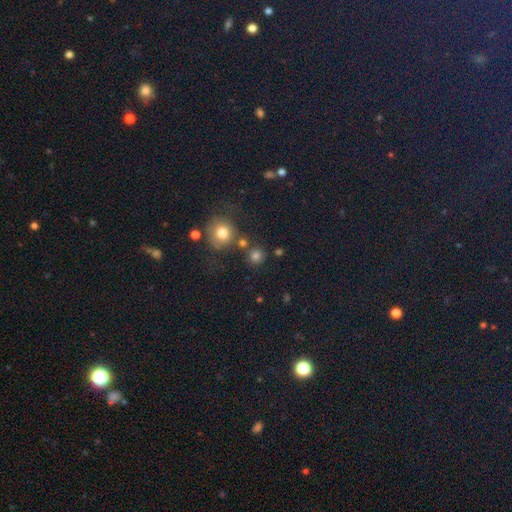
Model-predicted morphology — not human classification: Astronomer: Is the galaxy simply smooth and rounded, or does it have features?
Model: smooth — 77%.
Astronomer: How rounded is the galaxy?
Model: round — 89%.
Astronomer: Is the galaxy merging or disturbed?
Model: none — 76%.